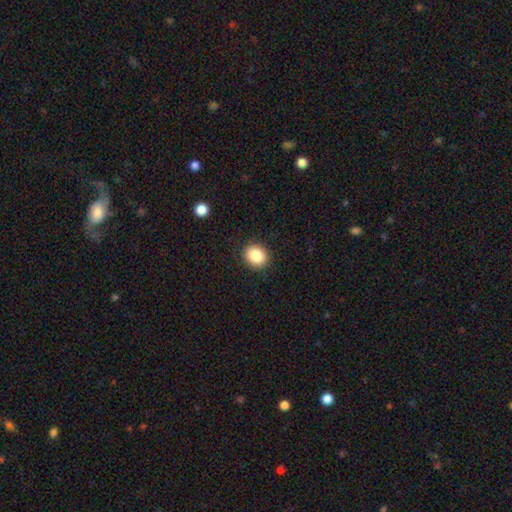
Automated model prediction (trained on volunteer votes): Smooth or featured: smooth — 87% (star or artifact — 9%)
How rounded: round — 68% (in between — 31%)
Merging: none — 90% (minor disturbance — 7%)